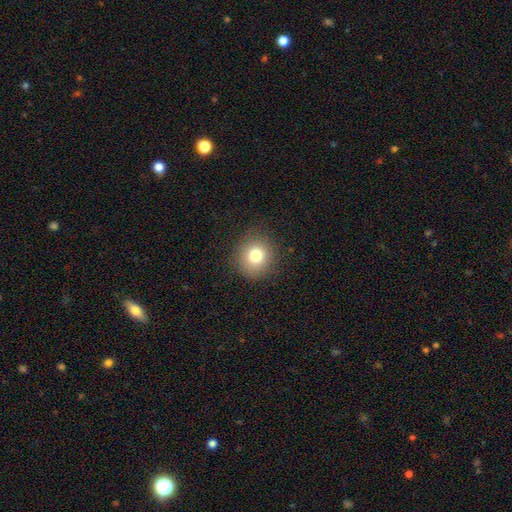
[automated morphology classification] smooth-or-featured: smooth: 78% | star or artifact: 12% | featured or disk: 10%
  how-rounded: round: 88% | in between: 11% | cigar-shaped: 1%
  merging: none: 87% | minor disturbance: 9% | major disturbance: 3% | merger: 1%